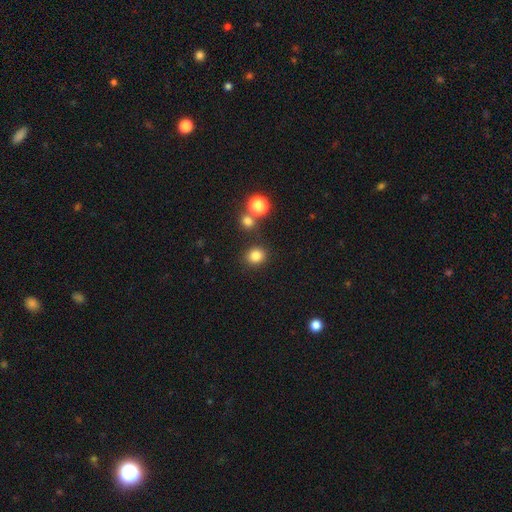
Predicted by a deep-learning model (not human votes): smooth_or_featured: smooth (p=0.82) [alt: star or artifact p=0.13]
how_rounded: round (p=0.79) [alt: in between p=0.20]
merging: none (p=0.84) [alt: minor disturbance p=0.08]